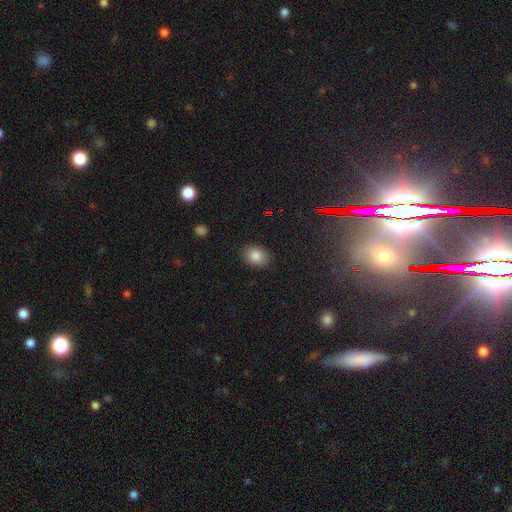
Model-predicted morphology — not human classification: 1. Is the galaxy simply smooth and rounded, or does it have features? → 84% smooth, 10% star or artifact, 6% featured or disk.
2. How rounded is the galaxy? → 65% in between, 34% round, 1% cigar-shaped.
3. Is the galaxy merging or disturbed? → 88% none, 9% minor disturbance, 2% major disturbance, 1% merger.